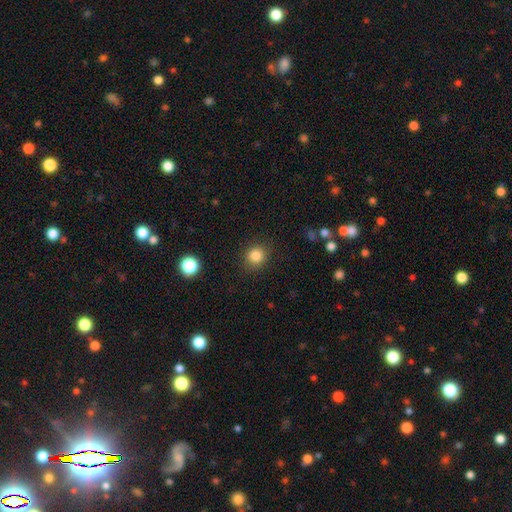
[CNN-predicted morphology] smooth-or-featured: smooth: 84% | star or artifact: 11% | featured or disk: 5%
  how-rounded: round: 85% | in between: 14% | cigar-shaped: 1%
  merging: none: 86% | minor disturbance: 10% | major disturbance: 3% | merger: 1%